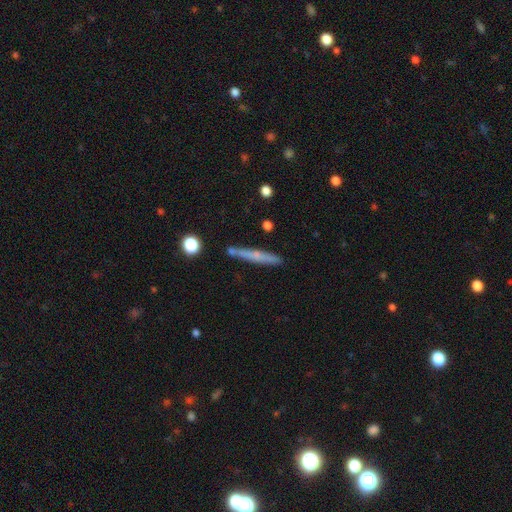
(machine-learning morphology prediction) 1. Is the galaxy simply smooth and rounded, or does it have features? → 52% smooth, 41% featured or disk, 7% star or artifact.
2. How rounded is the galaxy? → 94% cigar-shaped, 4% in between, 2% round.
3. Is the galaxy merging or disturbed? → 82% none, 11% minor disturbance, 5% merger, 2% major disturbance.